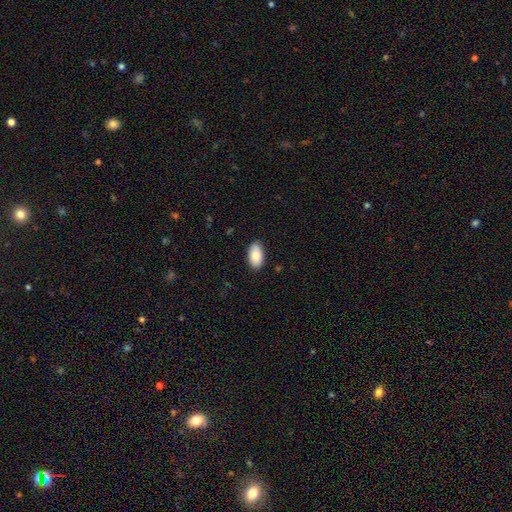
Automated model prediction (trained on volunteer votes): Q: Smooth or featured?
A: smooth (84%); runner-up: featured or disk (10%)
Q: How rounded?
A: in between (95%); runner-up: round (4%)
Q: Merging?
A: none (88%); runner-up: minor disturbance (10%)